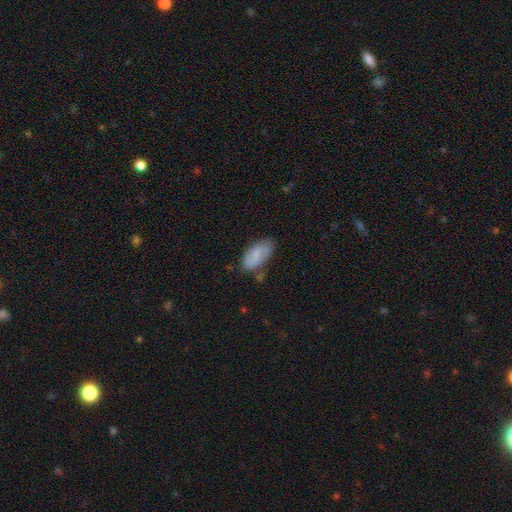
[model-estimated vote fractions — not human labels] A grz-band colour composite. It shows a smooth galaxy with no disk features (61%) that is in between round and cigar-shaped (92%). Merging: none (67%).